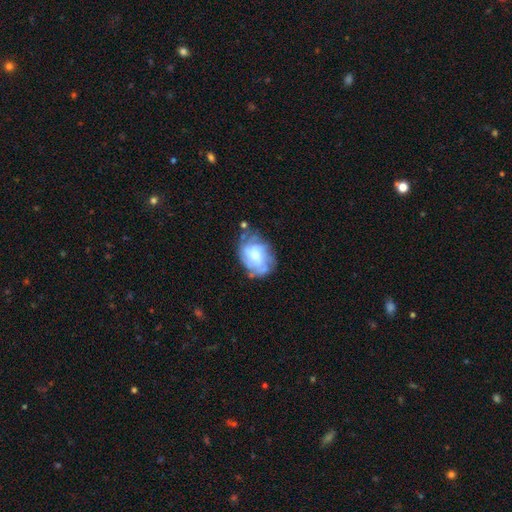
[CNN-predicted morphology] Smooth or featured: featured or disk — 57% (smooth — 35%)
Edge-on disk: no — 97% (yes — 3%)
Bar: no — 75% (weak — 21%)
Spiral arms: yes — 64% (no — 36%)
Bulge size: moderate — 45% (small — 29%)
Merging: none — 55% (minor disturbance — 25%)